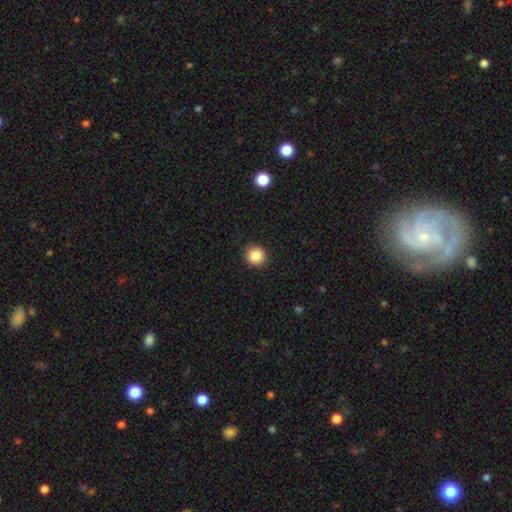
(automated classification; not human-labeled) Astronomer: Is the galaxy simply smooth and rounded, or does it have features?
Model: smooth — 86%.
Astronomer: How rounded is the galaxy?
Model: round — 91%.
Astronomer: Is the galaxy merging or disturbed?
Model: none — 91%.